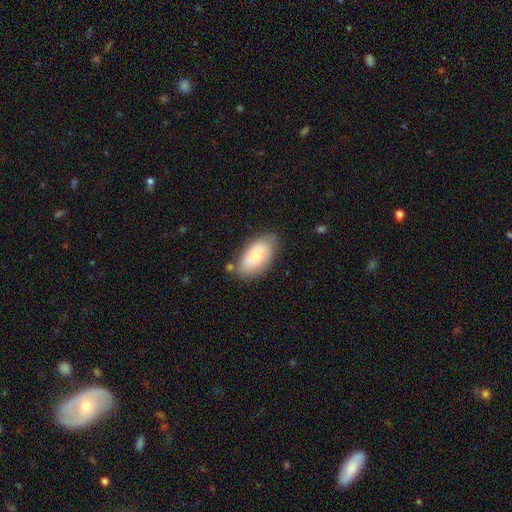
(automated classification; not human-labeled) Morphology: type=smooth (71%); roundness=in between (93%); merging=none (72%).